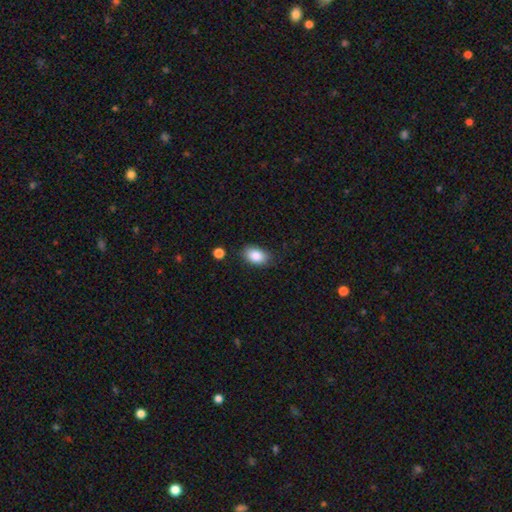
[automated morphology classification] This appears to be a smooth galaxy with no disk features (86%) that is in between round and cigar-shaped (88%). Merging: none (80%).